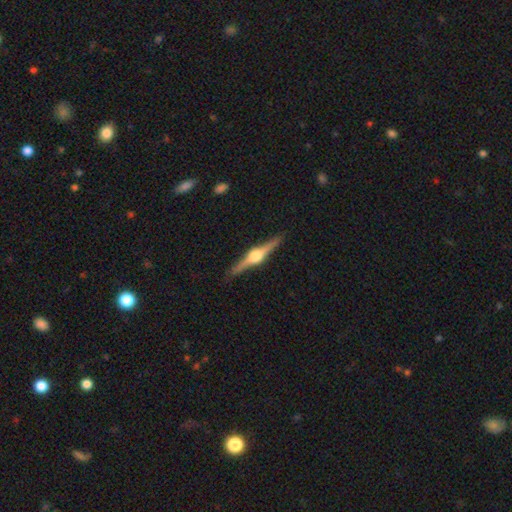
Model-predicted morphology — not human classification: Q: Smooth or featured?
A: featured or disk (86%); runner-up: smooth (9%)
Q: Edge-on disk?
A: yes (98%); runner-up: no (2%)
Q: Edge-on bulge?
A: rounded (95%); runner-up: boxy (4%)
Q: Merging?
A: none (91%); runner-up: minor disturbance (7%)